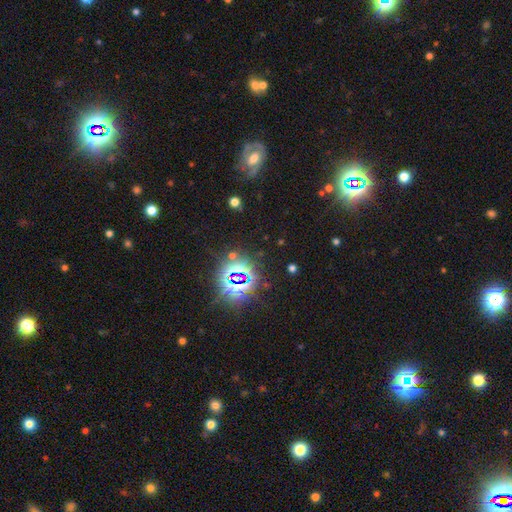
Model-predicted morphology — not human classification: star or artifact 78%, smooth 14%, featured or disk 8%.